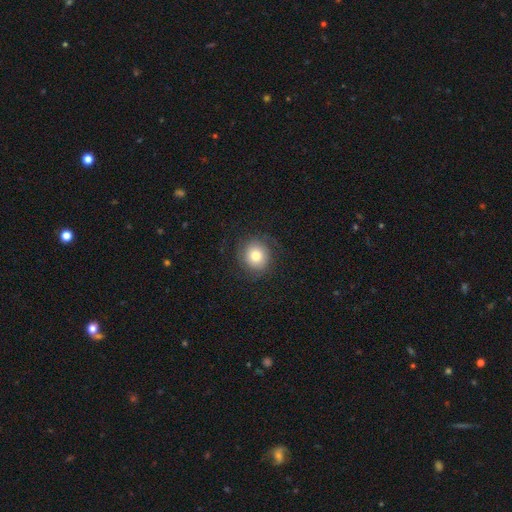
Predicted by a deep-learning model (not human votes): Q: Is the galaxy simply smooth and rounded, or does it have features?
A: smooth — 70%.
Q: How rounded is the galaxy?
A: round — 89%.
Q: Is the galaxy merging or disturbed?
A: none — 79%.